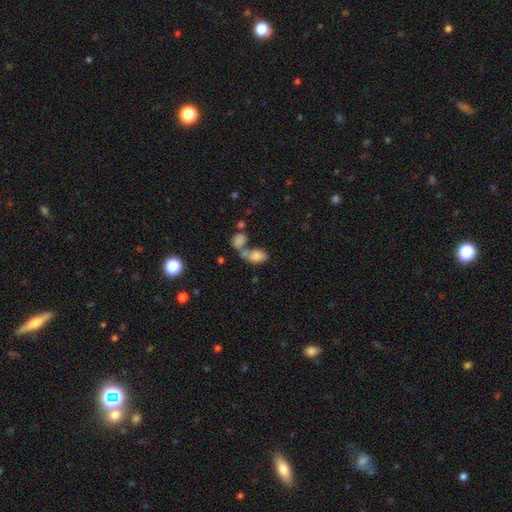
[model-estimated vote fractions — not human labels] Smooth or featured: smooth — 79% (featured or disk — 11%)
How rounded: in between — 86% (round — 12%)
Merging: merger — 55% (none — 28%)